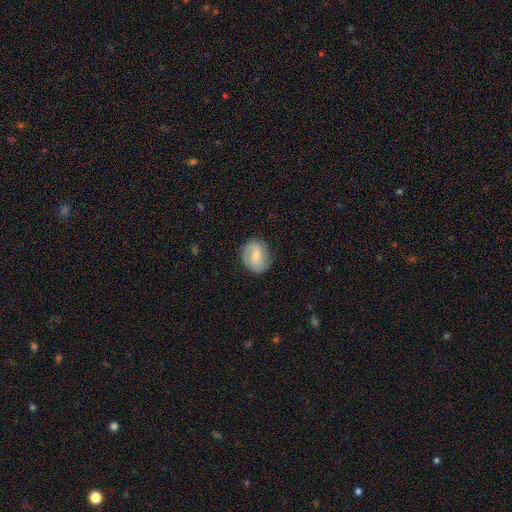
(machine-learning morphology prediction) This appears to be a smooth galaxy with no disk features (66%) that is in between round and cigar-shaped (50%). Merging: none (81%).